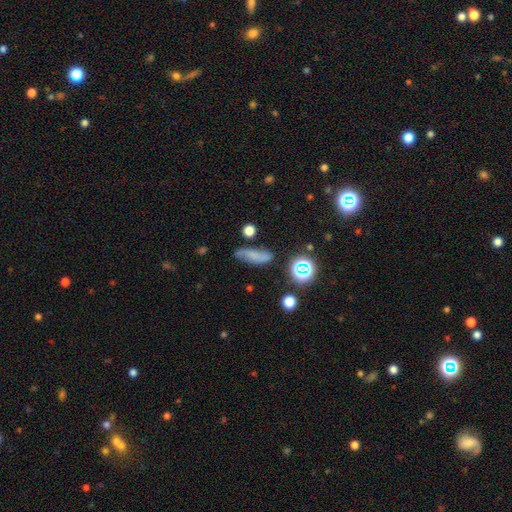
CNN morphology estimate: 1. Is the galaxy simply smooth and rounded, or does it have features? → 51% smooth, 32% featured or disk, 17% star or artifact.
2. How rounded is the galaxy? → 50% in between, 39% cigar-shaped, 11% round.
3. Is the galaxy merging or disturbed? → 62% none, 25% minor disturbance, 8% major disturbance, 5% merger.